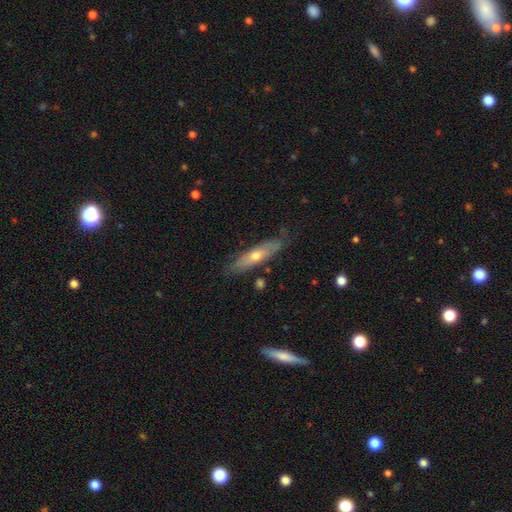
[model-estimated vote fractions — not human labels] smooth-or-featured: featured or disk: 57% | smooth: 36% | star or artifact: 7%
  disk-edge-on: yes: 65% | no: 35%
  merging: none: 78% | minor disturbance: 17% | major disturbance: 3% | merger: 2%